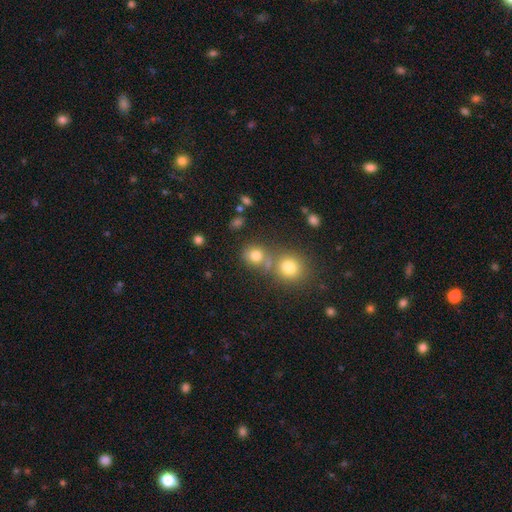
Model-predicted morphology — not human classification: Overall: smooth (77%). How rounded: round (80%). Merging: none (58%; merger 28%).